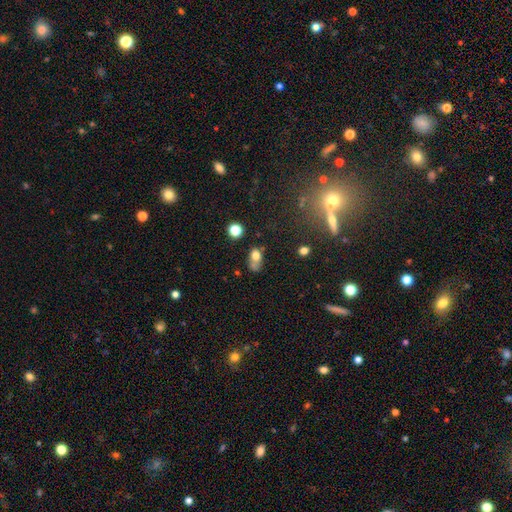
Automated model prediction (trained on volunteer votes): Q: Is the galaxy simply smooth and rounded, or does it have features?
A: smooth — 69%.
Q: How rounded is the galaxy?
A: in between — 72%.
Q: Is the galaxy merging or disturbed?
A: none — 30%.